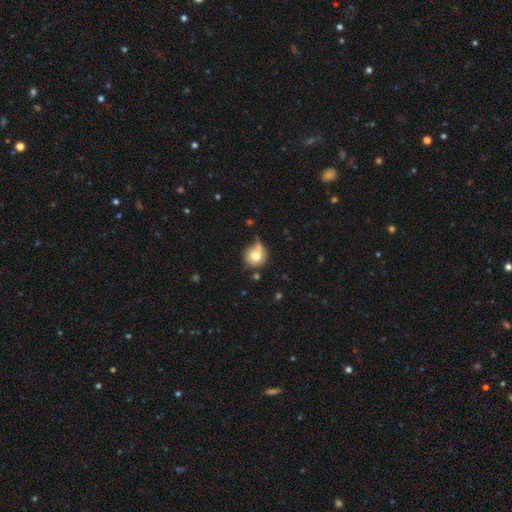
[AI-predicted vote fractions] Smooth or featured?
  - smooth: 76% *
  - featured or disk: 14%
  - star or artifact: 10%
How rounded?
  - round: 88% *
  - in between: 11%
  - cigar-shaped: 1%
Merging?
  - none: 54% *
  - minor disturbance: 25%
  - merger: 11%
  - major disturbance: 10%